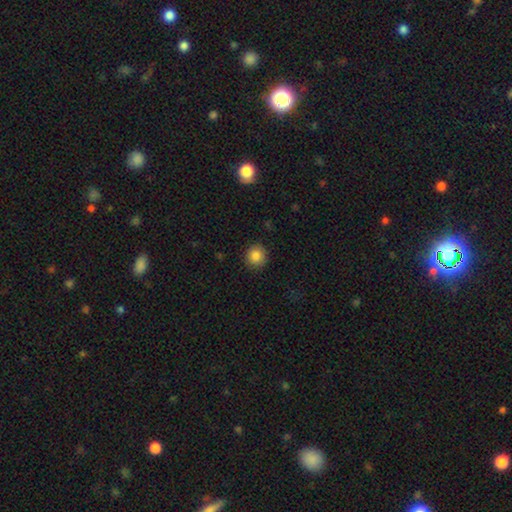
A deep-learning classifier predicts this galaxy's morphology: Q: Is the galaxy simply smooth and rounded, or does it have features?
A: smooth — 86%.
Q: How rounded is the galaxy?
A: round — 90%.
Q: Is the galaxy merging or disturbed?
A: none — 90%.